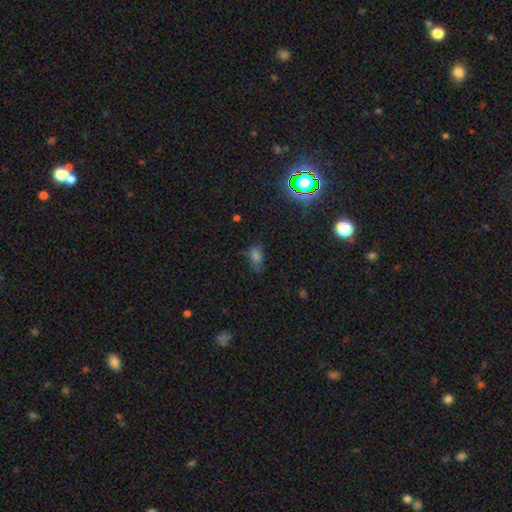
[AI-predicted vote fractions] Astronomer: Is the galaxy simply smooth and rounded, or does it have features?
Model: smooth — 55% (runner-up: star or artifact, 33%).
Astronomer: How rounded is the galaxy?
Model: in between — 80%.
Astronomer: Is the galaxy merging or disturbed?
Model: none — 60%.